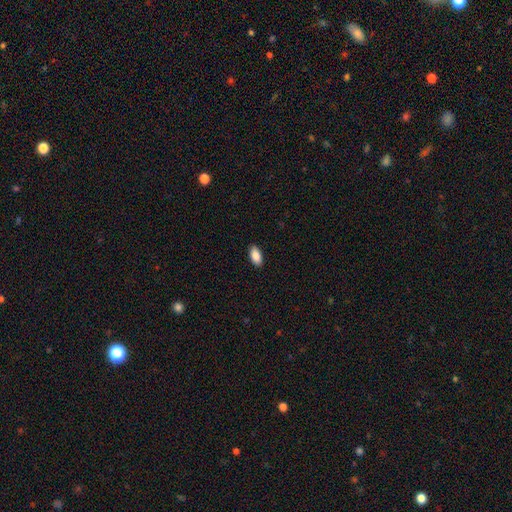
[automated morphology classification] The model was most divided on "merging": none: 90%, minor disturbance: 8%, major disturbance: 2%, merger: 1%. More confident: how rounded — in between (91%); smooth or featured — smooth (89%).